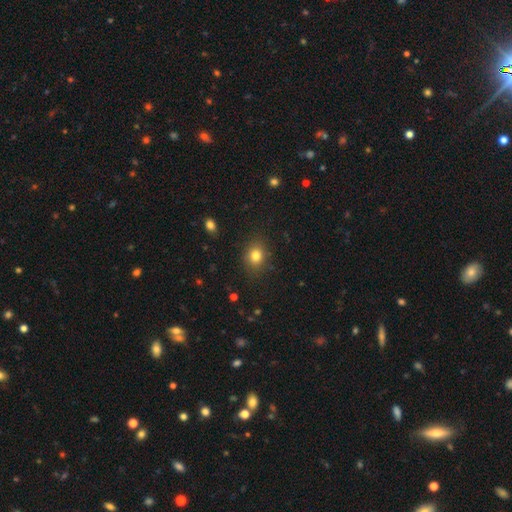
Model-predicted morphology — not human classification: This appears to be a smooth galaxy with no disk features (81%) that is round (60%). Merging: none (85%).